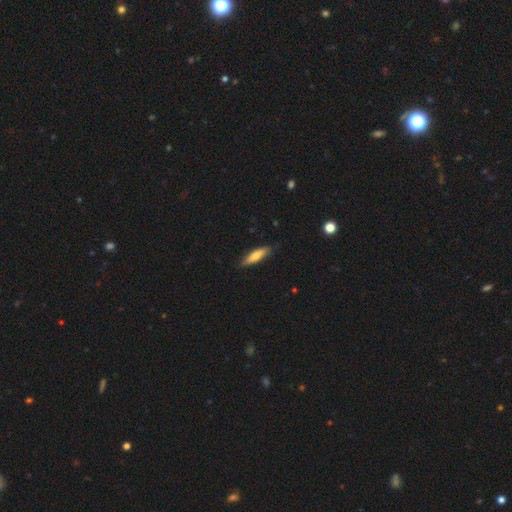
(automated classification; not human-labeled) smooth 70%, featured or disk 25%, star or artifact 6%. Down the decision tree: how rounded — cigar-shaped (72%); merging — none (83%).